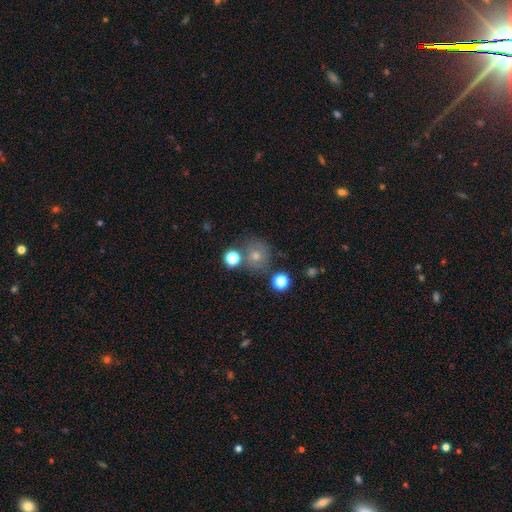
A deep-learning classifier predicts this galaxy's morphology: Smooth or featured? smooth (66%)
How rounded? round (84%)
Merging? none (62%)